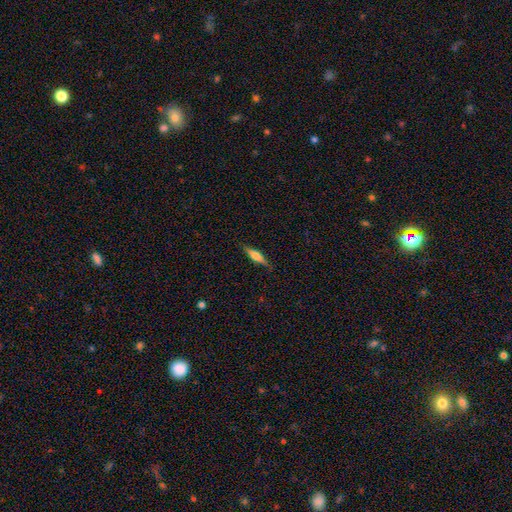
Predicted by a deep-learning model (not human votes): A smooth galaxy with no disk features (47%).

Vote fractions:
- Smooth or featured? smooth: 47% / featured or disk: 46% / star or artifact: 7%
- Merging? none: 84% / minor disturbance: 12% / major disturbance: 3% / merger: 1%